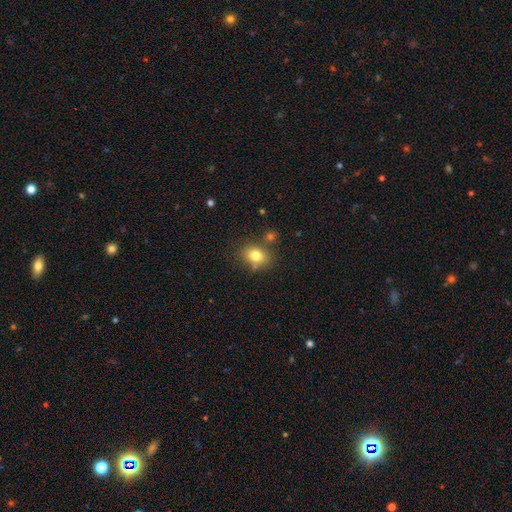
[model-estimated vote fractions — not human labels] A smooth galaxy with no disk features (78%) that is in between round and cigar-shaped (58%). Merging: none (69%).